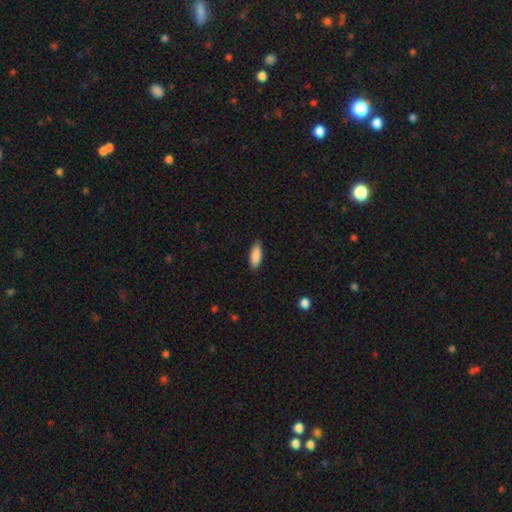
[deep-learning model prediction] A smooth galaxy with no disk features (89%) that is in between round and cigar-shaped (74%). Merging: none (85%).